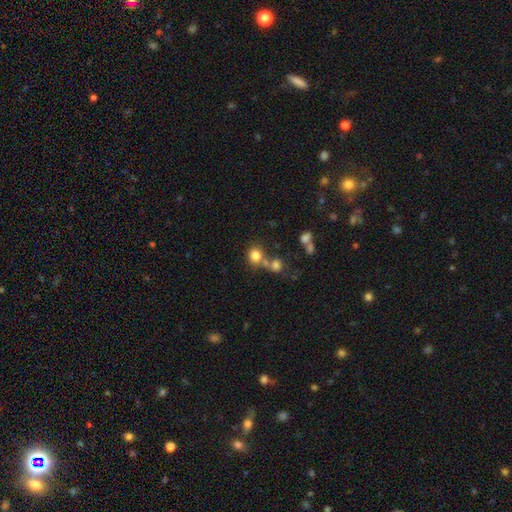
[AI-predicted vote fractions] smooth 79%, star or artifact 13%, featured or disk 9%. Down the decision tree: how rounded — round (81%); merging — none (52%).